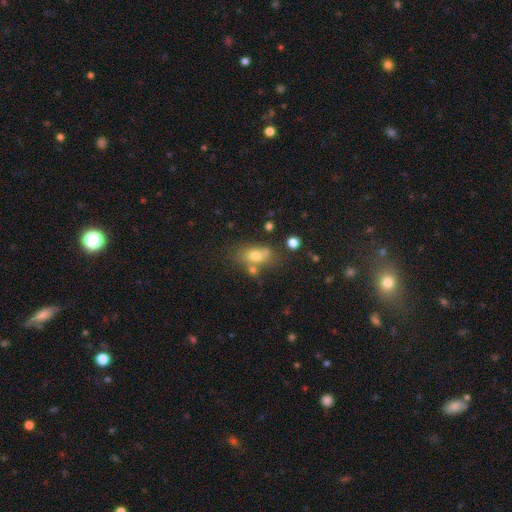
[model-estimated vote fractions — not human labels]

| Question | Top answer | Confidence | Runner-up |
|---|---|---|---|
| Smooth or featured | smooth | 71% | featured or disk (17%) |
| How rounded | in between | 79% | round (16%) |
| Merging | none | 51% | minor disturbance (20%) |